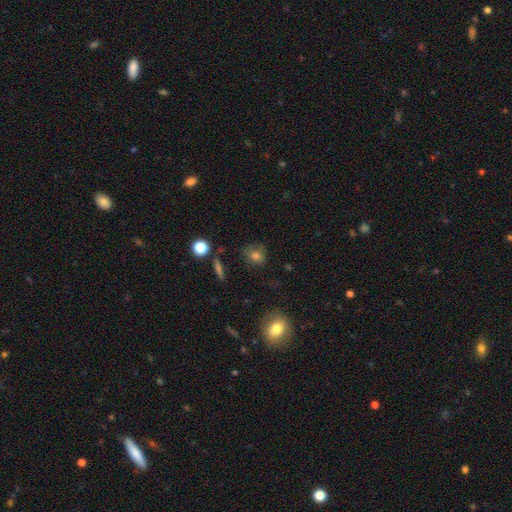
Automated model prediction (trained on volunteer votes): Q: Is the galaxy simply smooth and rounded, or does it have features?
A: smooth — 76%.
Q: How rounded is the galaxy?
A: round — 64%.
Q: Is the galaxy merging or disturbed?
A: none — 69%.